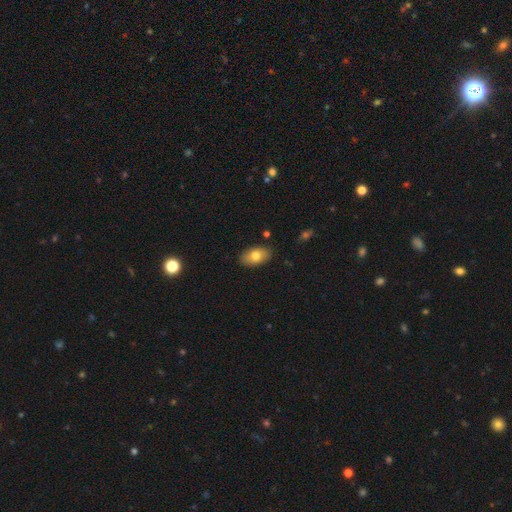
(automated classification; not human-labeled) smooth_or_featured: smooth (p=0.77) [alt: featured or disk p=0.16]
how_rounded: in between (p=0.92) [alt: round p=0.06]
merging: none (p=0.86) [alt: minor disturbance p=0.10]